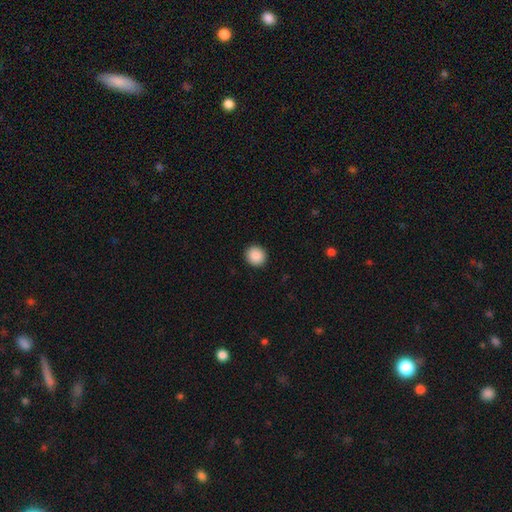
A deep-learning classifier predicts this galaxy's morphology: smooth-or-featured: smooth: 90% | star or artifact: 8% | featured or disk: 2%
  how-rounded: round: 92% | in between: 7% | cigar-shaped: 1%
  merging: none: 93% | minor disturbance: 5% | major disturbance: 2% | merger: 1%